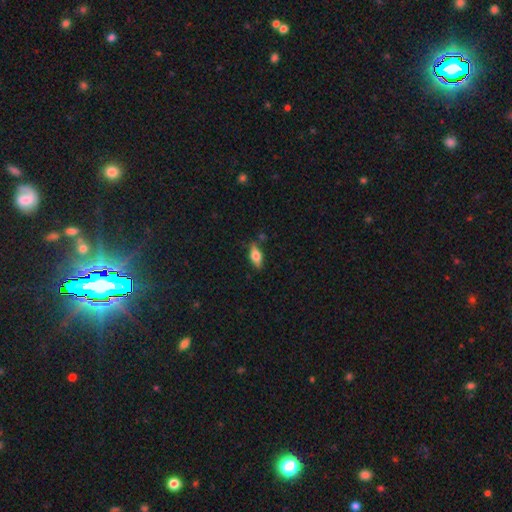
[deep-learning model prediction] smooth 53%, featured or disk 39%, star or artifact 8%. Down the decision tree: how rounded — in between (72%); merging — none (79%).